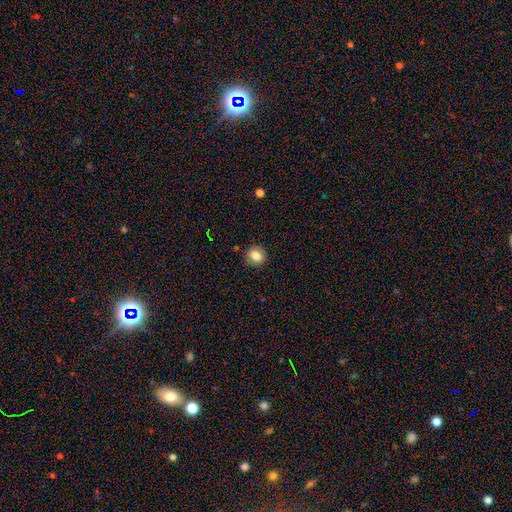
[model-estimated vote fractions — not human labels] The model was most divided on "how rounded": round: 71%, in between: 28%, cigar-shaped: 1%. More confident: merging — none (87%); smooth or featured — smooth (82%).